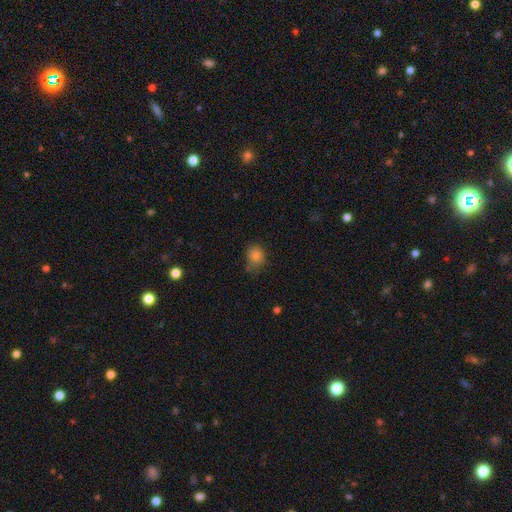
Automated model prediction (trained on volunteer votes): smooth 80%, star or artifact 13%, featured or disk 7%. Down the decision tree: how rounded — round (64%); merging — none (62%).